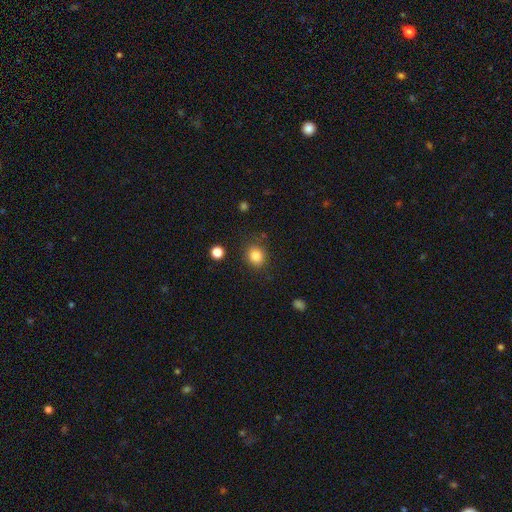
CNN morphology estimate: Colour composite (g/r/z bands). It shows a smooth galaxy with no disk features (84%) that is round (73%). Merging: none (82%).